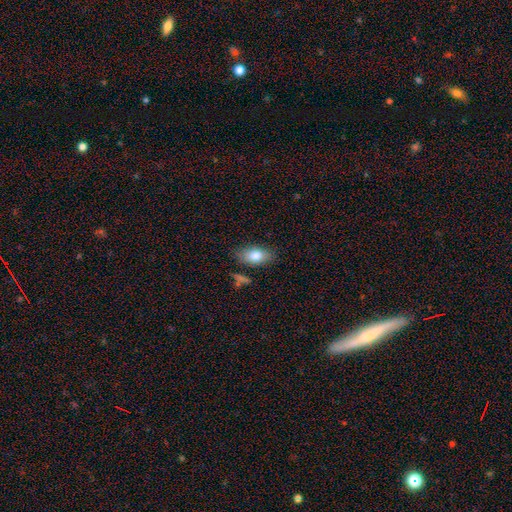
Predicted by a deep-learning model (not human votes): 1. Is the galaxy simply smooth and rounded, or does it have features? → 80% smooth, 13% featured or disk, 7% star or artifact.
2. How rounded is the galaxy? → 89% in between, 8% round, 4% cigar-shaped.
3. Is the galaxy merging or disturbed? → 80% none, 14% minor disturbance, 3% merger, 3% major disturbance.